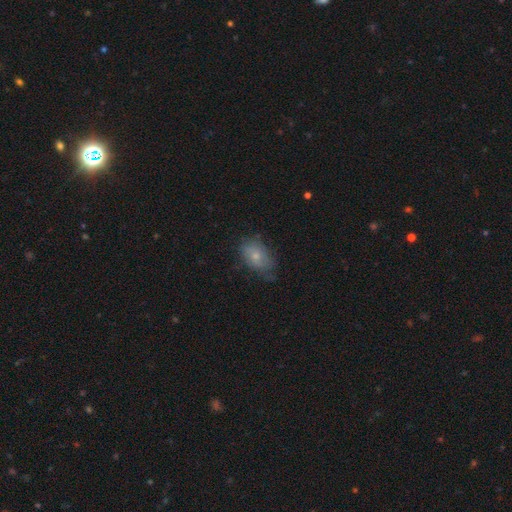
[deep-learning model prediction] smooth-or-featured: smooth: 65% | featured or disk: 26% | star or artifact: 9%
  how-rounded: in between: 84% | round: 14% | cigar-shaped: 2%
  merging: none: 60% | minor disturbance: 29% | major disturbance: 9% | merger: 2%